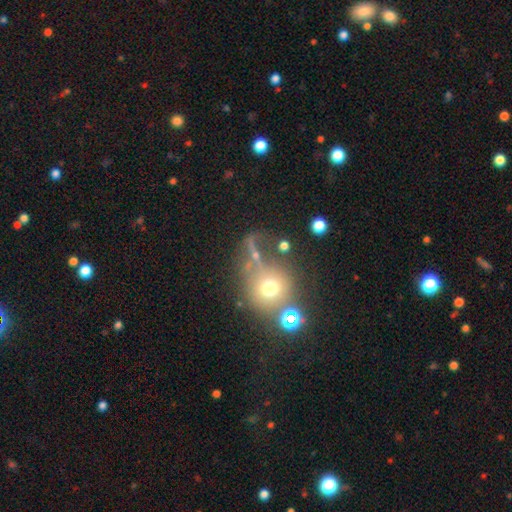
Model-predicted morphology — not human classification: A smooth galaxy with no disk features (52%) that is round (76%).

Vote fractions:
- Smooth or featured? smooth: 52% / star or artifact: 26% / featured or disk: 22%
- How rounded? round: 76% / in between: 21% / cigar-shaped: 3%
- Merging? none: 43% / merger: 22% / major disturbance: 19% / minor disturbance: 15%